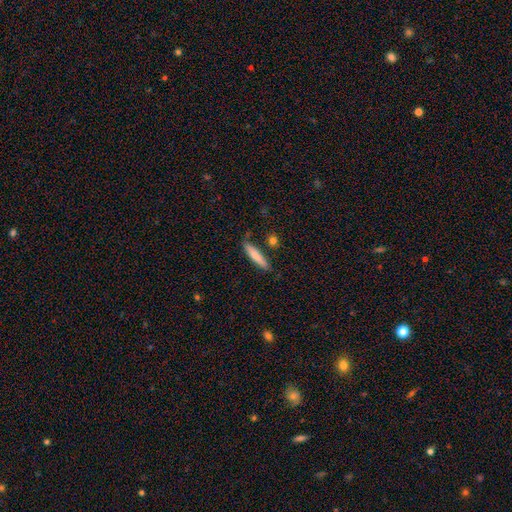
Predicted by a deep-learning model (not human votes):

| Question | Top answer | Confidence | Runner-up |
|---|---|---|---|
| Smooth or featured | smooth | 77% | featured or disk (17%) |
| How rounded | cigar-shaped | 90% | in between (9%) |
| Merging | none | 83% | minor disturbance (11%) |